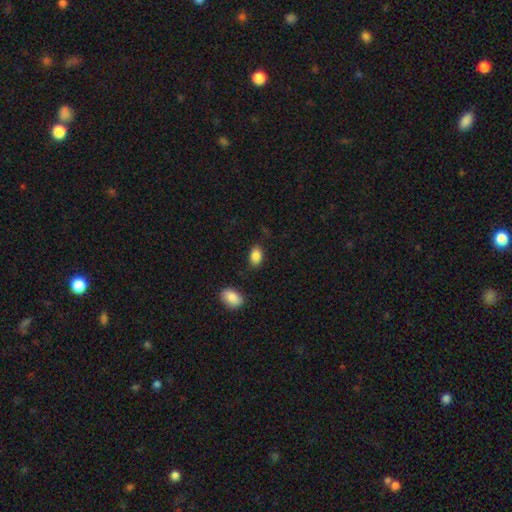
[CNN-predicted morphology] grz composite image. It shows a smooth galaxy with no disk features (87%) that is in between round and cigar-shaped (89%). Merging: none (80%).